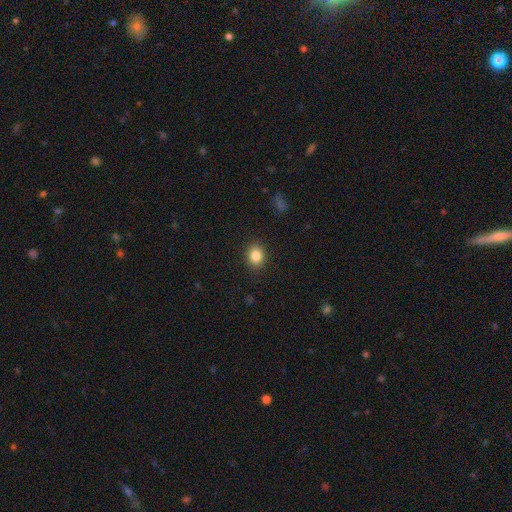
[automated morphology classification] Smooth or featured?
  - smooth: 85% *
  - star or artifact: 10%
  - featured or disk: 5%
How rounded?
  - round: 59% *
  - in between: 40%
  - cigar-shaped: 1%
Merging?
  - none: 90% *
  - minor disturbance: 7%
  - major disturbance: 2%
  - merger: 1%